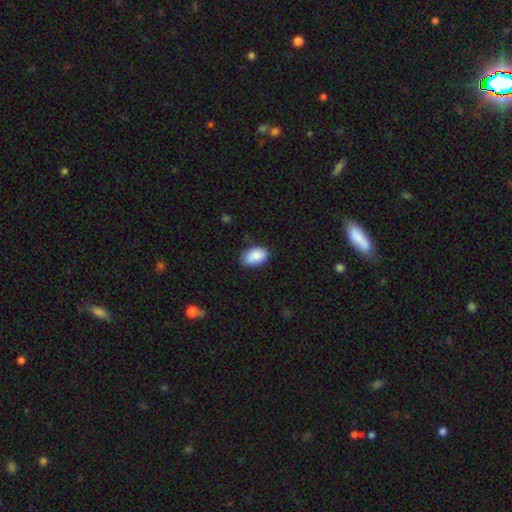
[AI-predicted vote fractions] A smooth galaxy with no disk features (87%) that is in between round and cigar-shaped (91%). Merging: none (76%).